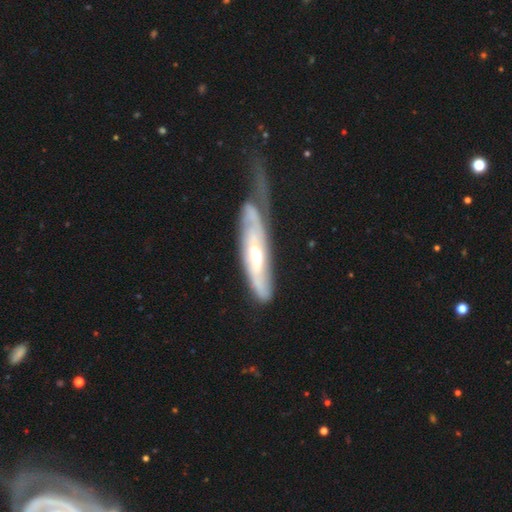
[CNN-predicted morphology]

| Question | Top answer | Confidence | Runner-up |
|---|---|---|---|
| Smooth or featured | featured or disk | 75% | smooth (19%) |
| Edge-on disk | no | 68% | yes (32%) |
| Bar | no | 53% | weak (31%) |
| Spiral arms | yes | 83% | no (17%) |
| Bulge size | moderate | 64% | small (26%) |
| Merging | major disturbance | 38% | minor disturbance (32%) |